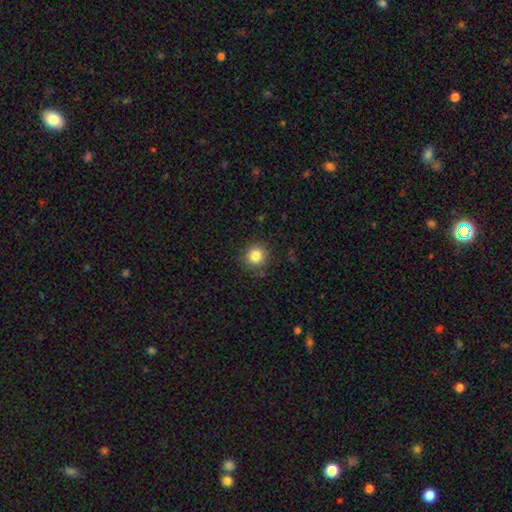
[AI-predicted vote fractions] This is clearly a smooth galaxy (84%). How rounded: clearly round (92%). Merging: clearly none (88%).